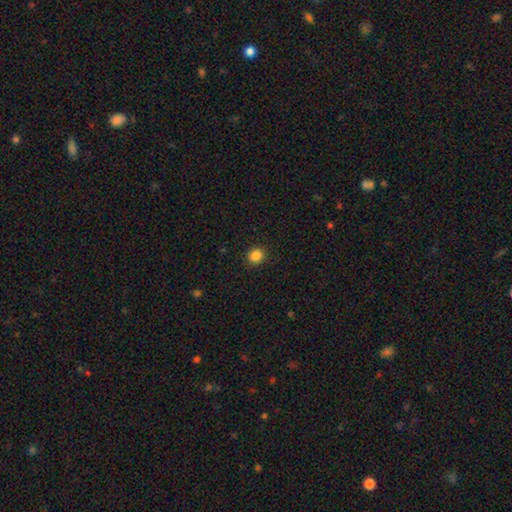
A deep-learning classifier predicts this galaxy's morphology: smooth-or-featured: smooth: 86% | star or artifact: 11% | featured or disk: 3%
  how-rounded: round: 84% | in between: 15% | cigar-shaped: 1%
  merging: none: 91% | minor disturbance: 6% | major disturbance: 2% | merger: 1%